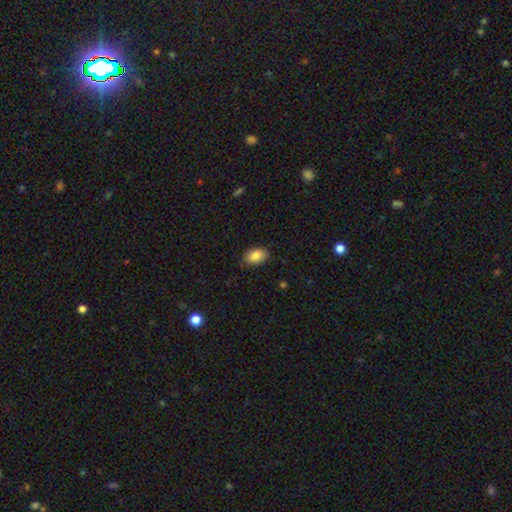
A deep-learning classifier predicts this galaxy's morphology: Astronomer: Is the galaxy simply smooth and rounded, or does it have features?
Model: smooth — 86%.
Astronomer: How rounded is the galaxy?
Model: in between — 88%.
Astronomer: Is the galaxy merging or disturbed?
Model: none — 84%.